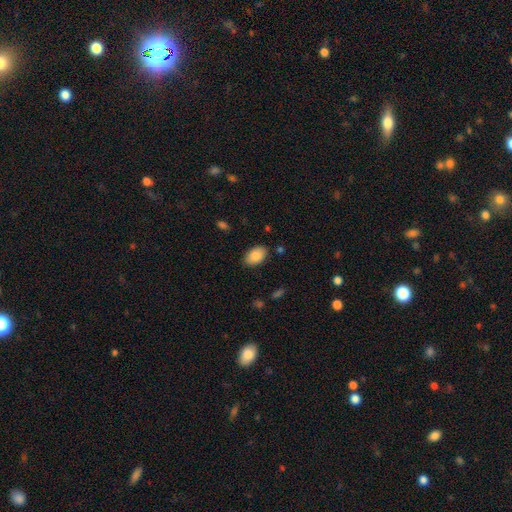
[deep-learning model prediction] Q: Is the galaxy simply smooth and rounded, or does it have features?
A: smooth — 88%.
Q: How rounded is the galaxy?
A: in between — 92%.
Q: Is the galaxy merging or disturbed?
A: none — 84%.